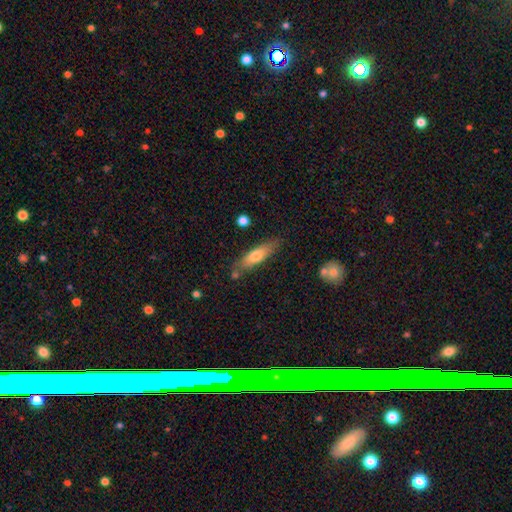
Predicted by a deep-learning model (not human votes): smooth-or-featured: smooth: 65% | featured or disk: 29% | star or artifact: 6%
  how-rounded: cigar-shaped: 69% | in between: 29% | round: 2%
  merging: none: 75% | minor disturbance: 16% | merger: 6% | major disturbance: 3%